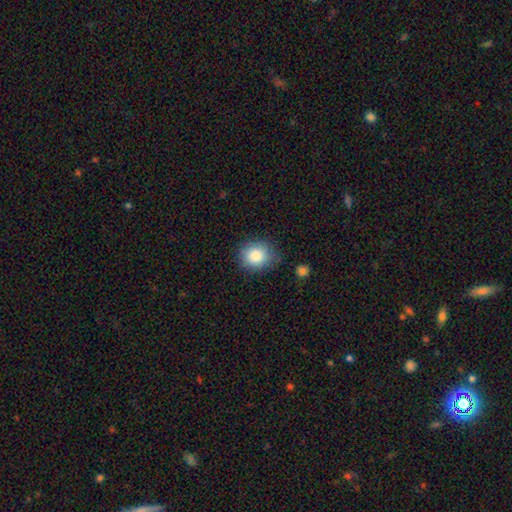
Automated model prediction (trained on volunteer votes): Overall: smooth (85%). How rounded: round (76%). Merging: none (79%).